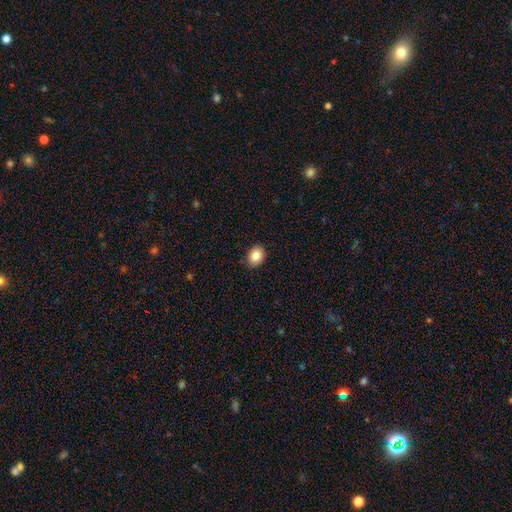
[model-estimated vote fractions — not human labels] Smooth or featured: smooth — 86% (star or artifact — 8%)
How rounded: in between — 61% (round — 38%)
Merging: none — 89% (minor disturbance — 8%)